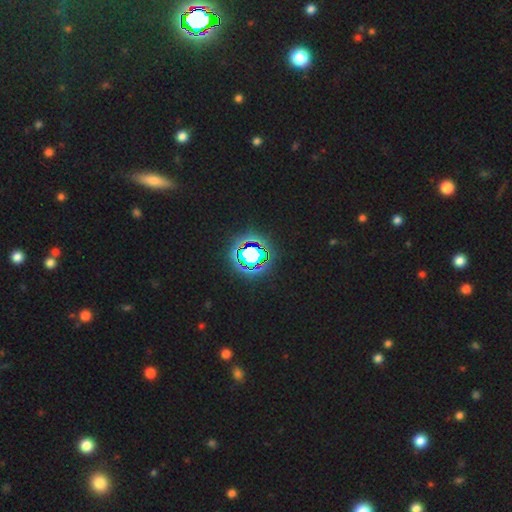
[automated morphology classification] Smooth or featured? Predicted: star or artifact (p=0.74).